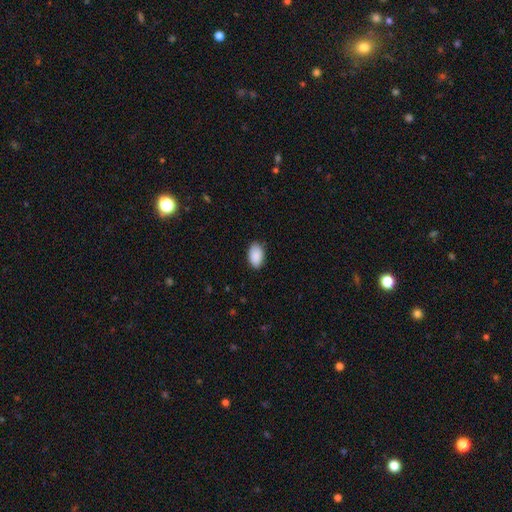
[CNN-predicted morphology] Smooth or featured: smooth — 91% (star or artifact — 6%)
How rounded: in between — 93% (round — 6%)
Merging: none — 84% (minor disturbance — 13%)